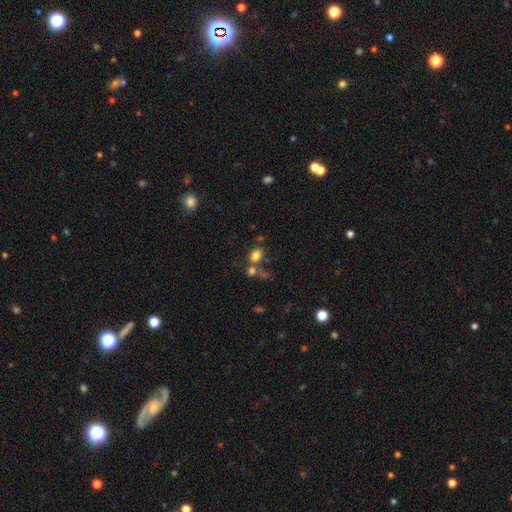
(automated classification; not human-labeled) Smooth or featured? Predicted: smooth (p=0.77). How rounded? Predicted: in between (p=0.54). Merging? Predicted: none (p=0.48).